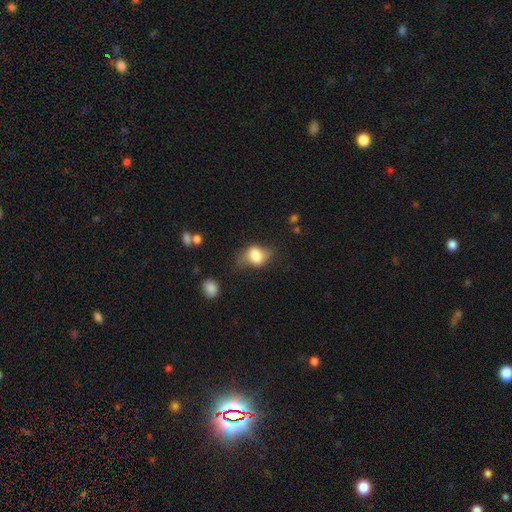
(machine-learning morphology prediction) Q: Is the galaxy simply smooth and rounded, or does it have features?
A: smooth — 71%.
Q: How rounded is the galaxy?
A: in between — 71%.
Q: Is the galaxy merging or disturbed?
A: none — 48%.